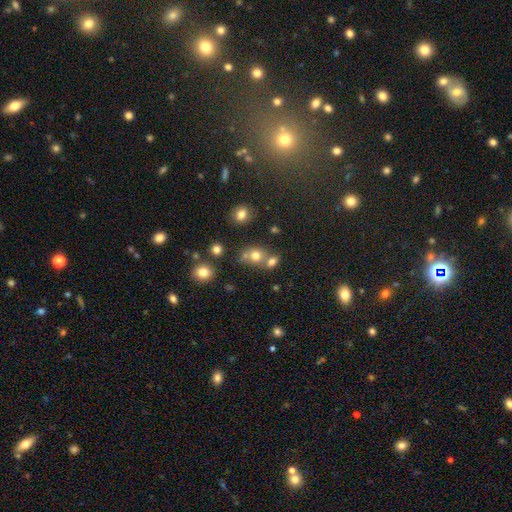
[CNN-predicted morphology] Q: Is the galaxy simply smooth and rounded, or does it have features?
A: smooth — 71%.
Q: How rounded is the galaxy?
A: round — 72%.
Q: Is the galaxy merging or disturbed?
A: none — 48%.